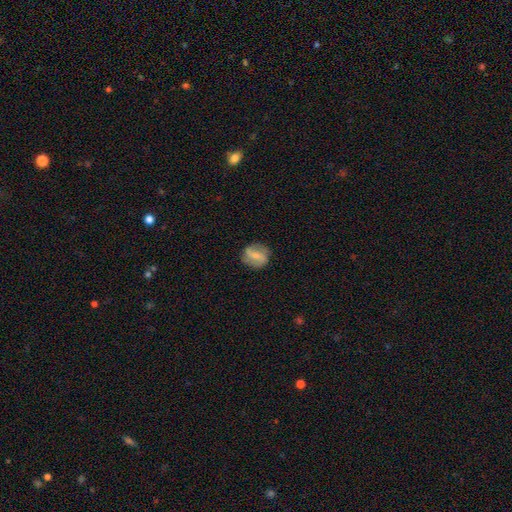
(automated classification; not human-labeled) A featured or disk galaxy (58%) with a strong bar (43%), spiral arms (79%) and a small central bulge (56%).

Vote fractions:
- Smooth or featured? featured or disk: 58% / smooth: 35% / star or artifact: 7%
- Edge-on disk? no: 96% / yes: 4%
- Bar? strong: 43% / weak: 39% / no: 18%
- Spiral arms? yes: 79% / no: 21%
- Bulge size? small: 56% / moderate: 30% / none: 11% / large: 2% / dominant: 1%
- Merging? none: 80% / minor disturbance: 14% / major disturbance: 4% / merger: 1%